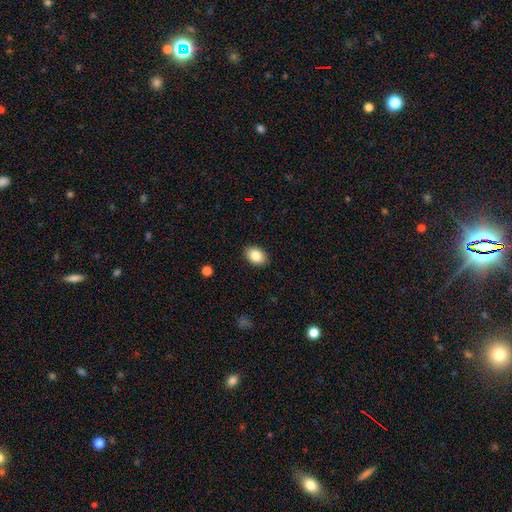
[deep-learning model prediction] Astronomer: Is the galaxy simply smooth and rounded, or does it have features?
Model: smooth — 85%.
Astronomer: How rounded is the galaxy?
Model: in between — 82%.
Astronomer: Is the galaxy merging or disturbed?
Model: none — 89%.